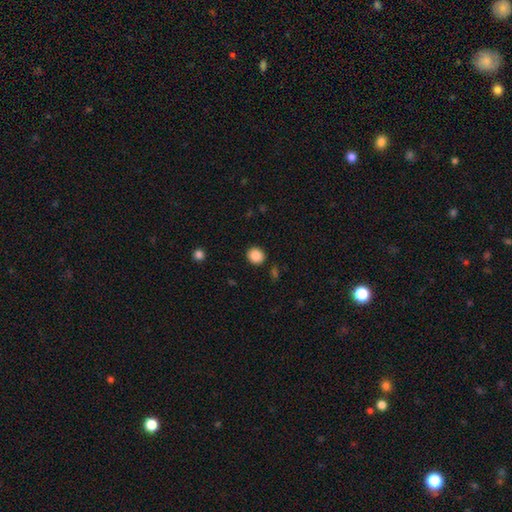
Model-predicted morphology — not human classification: Smooth or featured? smooth (88%)
How rounded? round (82%)
Merging? none (88%)